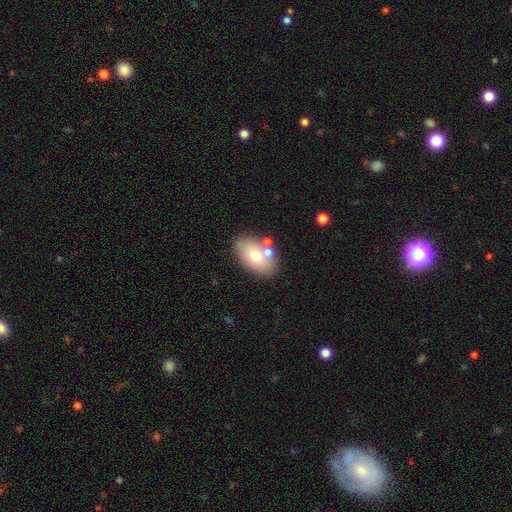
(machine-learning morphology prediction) smooth_or_featured: smooth (p=0.66) [alt: featured or disk p=0.25]
how_rounded: in between (p=0.88) [alt: round p=0.11]
merging: none (p=0.70) [alt: merger p=0.13]